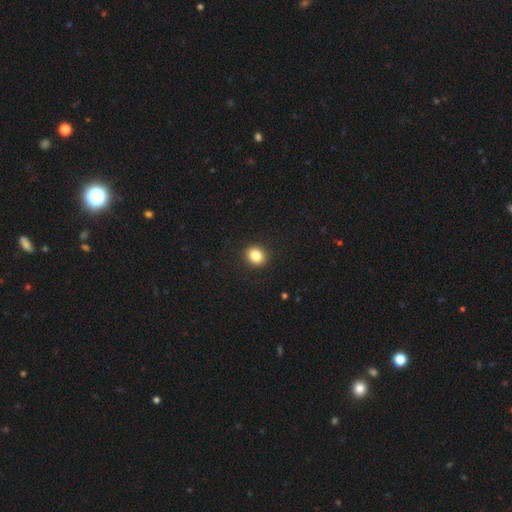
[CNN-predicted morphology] Smooth or featured?
  - smooth: 84% *
  - star or artifact: 10%
  - featured or disk: 6%
How rounded?
  - round: 73% *
  - in between: 26%
  - cigar-shaped: 1%
Merging?
  - none: 92% *
  - minor disturbance: 6%
  - major disturbance: 2%
  - merger: 1%